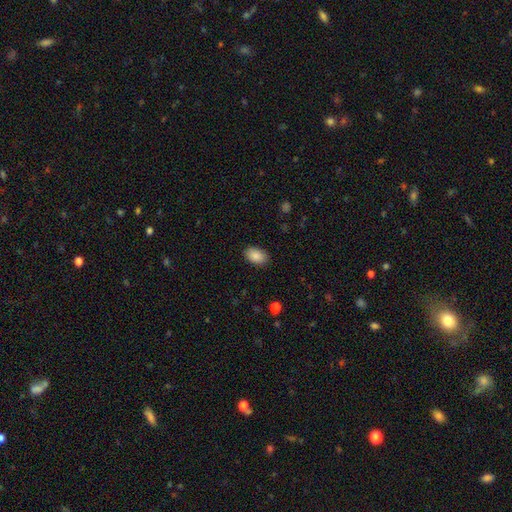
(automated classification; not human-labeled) smooth_or_featured: smooth (p=0.89) [alt: star or artifact p=0.07]
how_rounded: in between (p=0.92) [alt: round p=0.07]
merging: none (p=0.88) [alt: minor disturbance p=0.09]